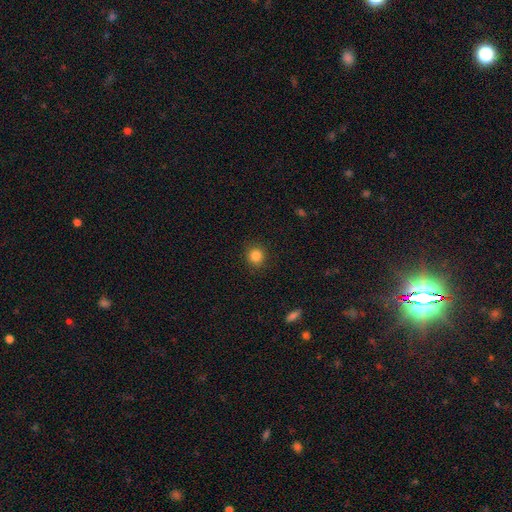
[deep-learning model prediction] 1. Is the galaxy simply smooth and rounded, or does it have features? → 84% smooth, 11% star or artifact, 4% featured or disk.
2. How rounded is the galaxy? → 92% round, 7% in between, 1% cigar-shaped.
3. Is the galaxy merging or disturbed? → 91% none, 6% minor disturbance, 2% major disturbance, 1% merger.